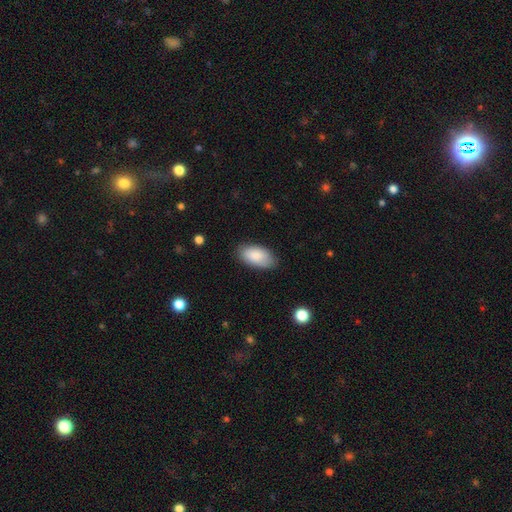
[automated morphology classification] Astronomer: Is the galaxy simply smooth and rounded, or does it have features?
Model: smooth — 86%.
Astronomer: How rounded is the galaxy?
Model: in between — 95%.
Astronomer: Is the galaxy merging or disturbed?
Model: none — 82%.